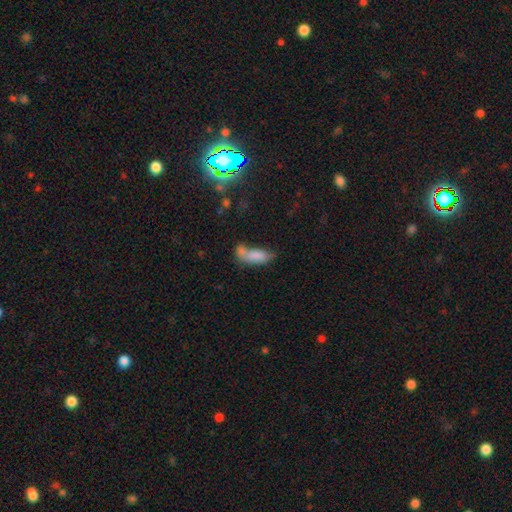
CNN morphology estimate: This is likely a smooth galaxy (76%). How rounded: likely in between (72%). Merging: marginally merger (38%).